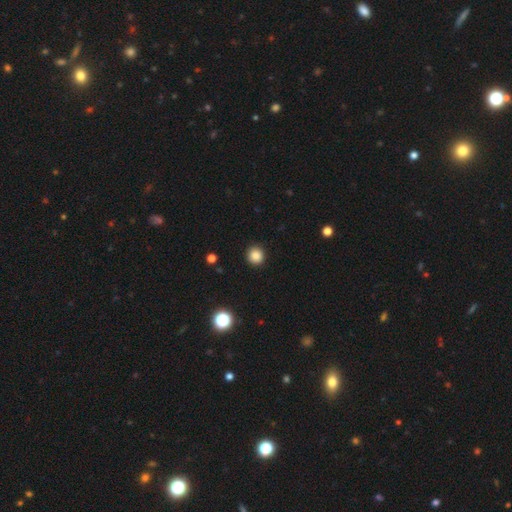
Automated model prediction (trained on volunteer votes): The model was most divided on "smooth or featured": smooth: 85%, star or artifact: 11%, featured or disk: 3%. More confident: how rounded — round (93%); merging — none (92%).